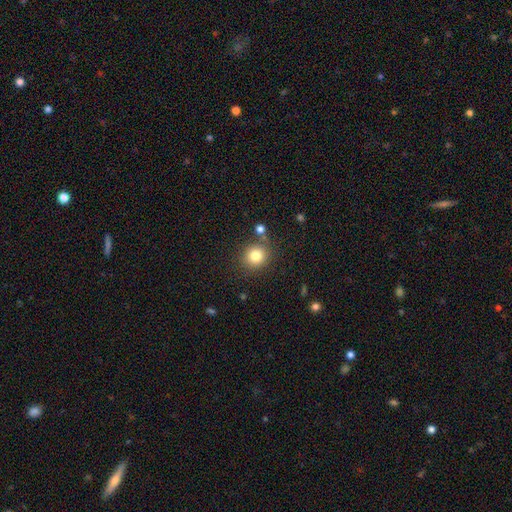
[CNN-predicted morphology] The model was most divided on "smooth or featured": smooth: 81%, star or artifact: 12%, featured or disk: 7%. More confident: how rounded — round (85%); merging — none (80%).